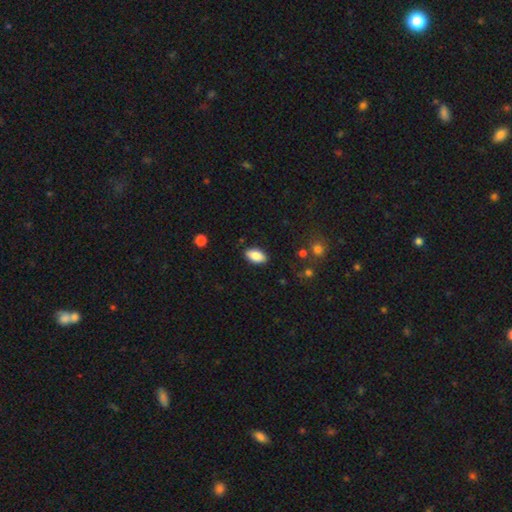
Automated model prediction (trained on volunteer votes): A smooth galaxy with no disk features (85%) that is in between round and cigar-shaped (92%).

Vote fractions:
- Smooth or featured? smooth: 85% / featured or disk: 8% / star or artifact: 7%
- How rounded? in between: 92% / cigar-shaped: 5% / round: 3%
- Merging? none: 87% / minor disturbance: 9% / major disturbance: 2% / merger: 1%